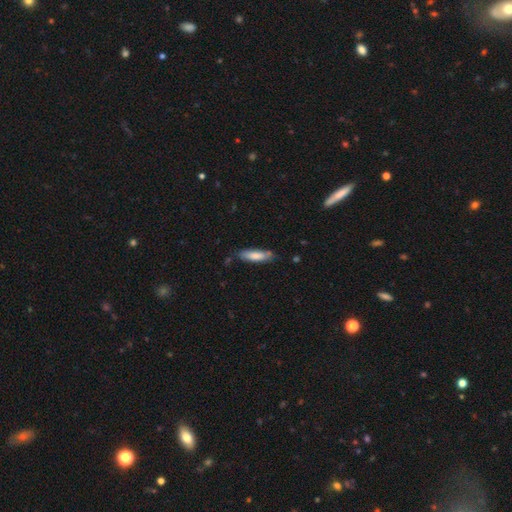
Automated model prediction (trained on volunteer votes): This is likely a smooth galaxy (79%). How rounded: likely cigar-shaped (65%). Merging: likely none (73%).